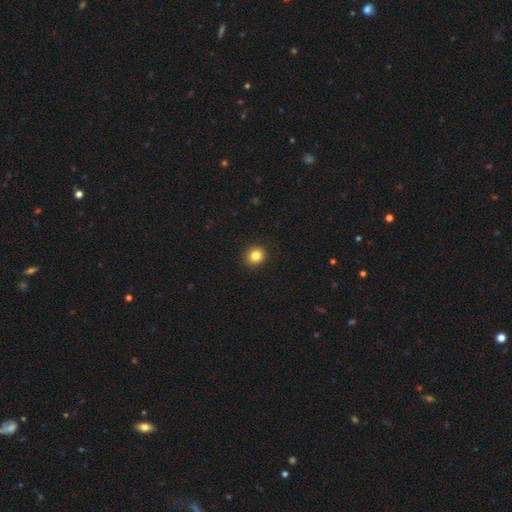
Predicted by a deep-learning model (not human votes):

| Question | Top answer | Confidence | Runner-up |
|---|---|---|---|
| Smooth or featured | smooth | 83% | star or artifact (11%) |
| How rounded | round | 84% | in between (16%) |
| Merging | none | 92% | minor disturbance (5%) |